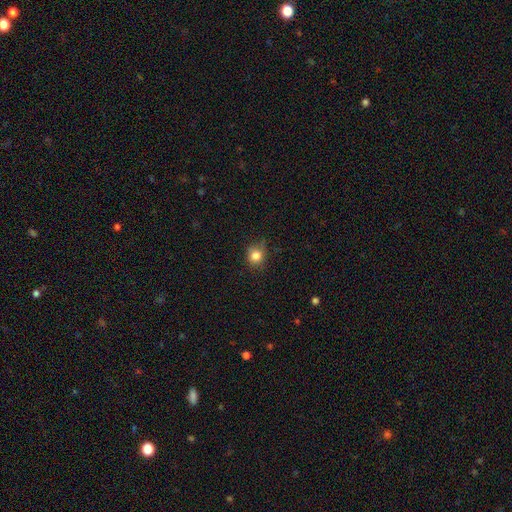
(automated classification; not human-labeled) smooth-or-featured: smooth: 81% | star or artifact: 11% | featured or disk: 7%
  how-rounded: round: 77% | in between: 22% | cigar-shaped: 1%
  merging: none: 67% | minor disturbance: 25% | major disturbance: 6% | merger: 2%